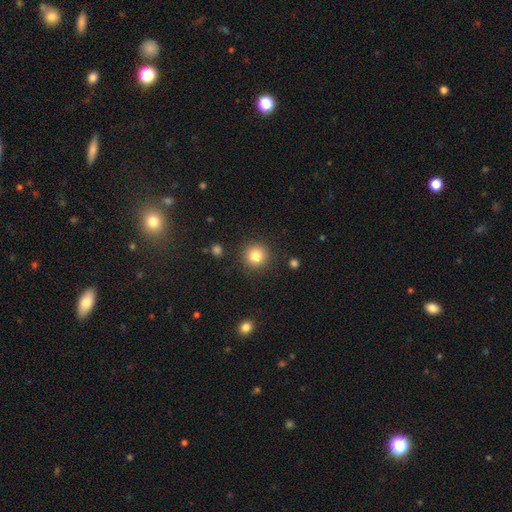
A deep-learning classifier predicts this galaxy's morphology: Q: Smooth or featured?
A: smooth (83%); runner-up: star or artifact (11%)
Q: How rounded?
A: round (94%); runner-up: in between (5%)
Q: Merging?
A: none (89%); runner-up: minor disturbance (6%)